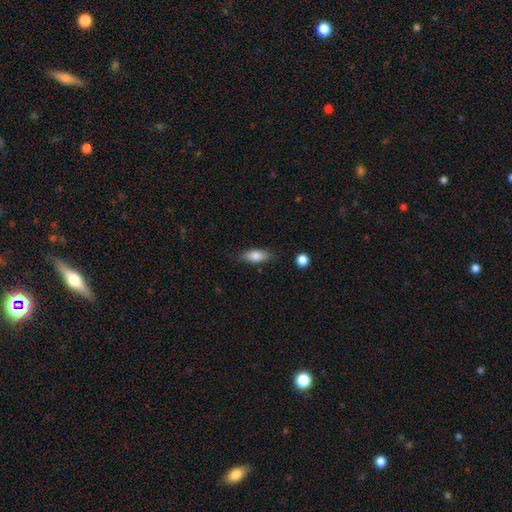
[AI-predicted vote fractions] This appears to be a smooth galaxy with no disk features (81%) that is in between round and cigar-shaped (81%). Merging: none (83%).